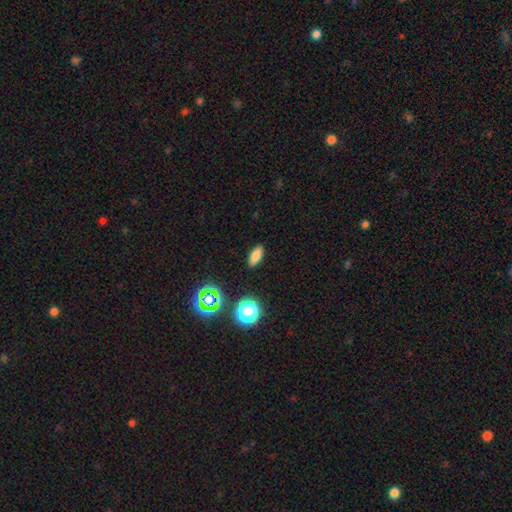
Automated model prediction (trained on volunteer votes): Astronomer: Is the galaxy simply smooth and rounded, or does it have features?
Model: smooth — 77%.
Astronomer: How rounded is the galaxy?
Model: in between — 75%.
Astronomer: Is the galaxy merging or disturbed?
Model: none — 88%.